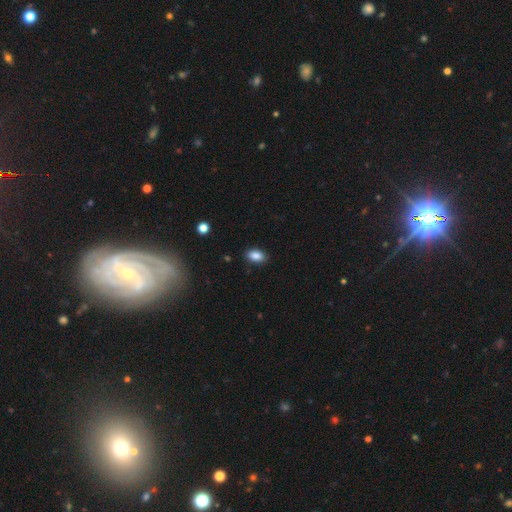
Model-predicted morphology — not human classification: A smooth galaxy with no disk features (87%) that is in between round and cigar-shaped (90%). Merging: none (88%).